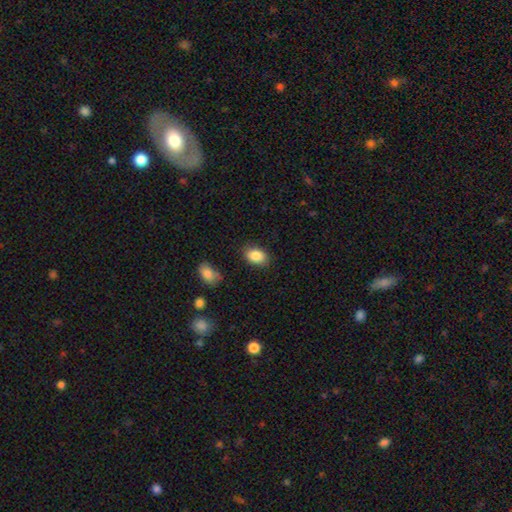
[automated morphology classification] type=smooth (86%); roundness=in between (84%); merging=none (82%).